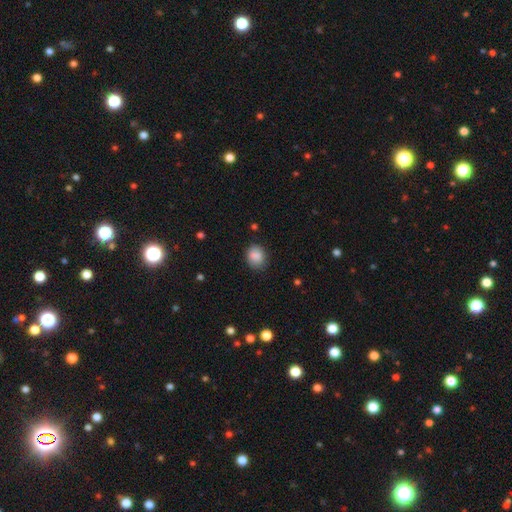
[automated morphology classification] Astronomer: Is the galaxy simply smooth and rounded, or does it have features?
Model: smooth — 88%.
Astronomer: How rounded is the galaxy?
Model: round — 62% (runner-up: in between, 37%).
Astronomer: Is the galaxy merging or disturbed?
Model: none — 82%.